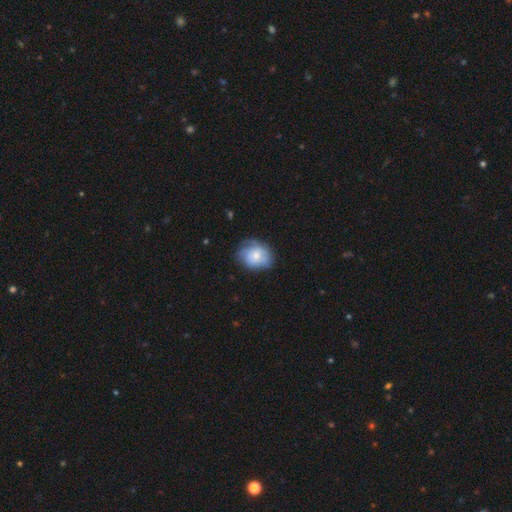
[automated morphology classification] A smooth galaxy with no disk features (57%) that is round (53%). Merging: none (60%).